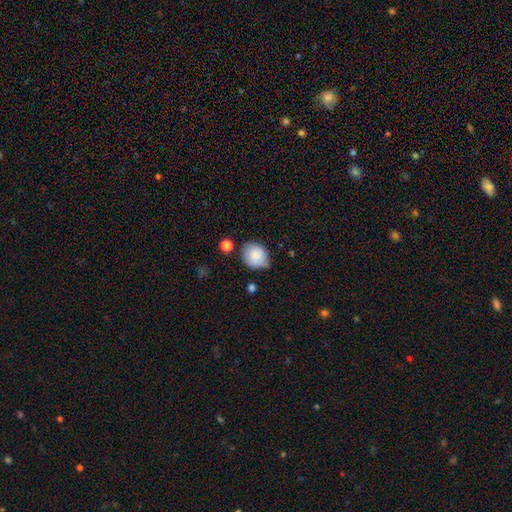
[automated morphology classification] Smooth or featured?
  - smooth: 85% *
  - star or artifact: 8%
  - featured or disk: 7%
How rounded?
  - round: 60% *
  - in between: 39%
  - cigar-shaped: 1%
Merging?
  - none: 65% *
  - minor disturbance: 25%
  - merger: 5%
  - major disturbance: 5%